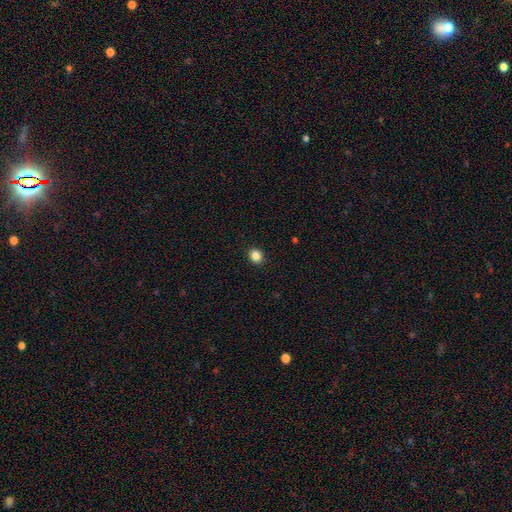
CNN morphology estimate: Smooth or featured? smooth (85%)
How rounded? round (69%)
Merging? none (92%)